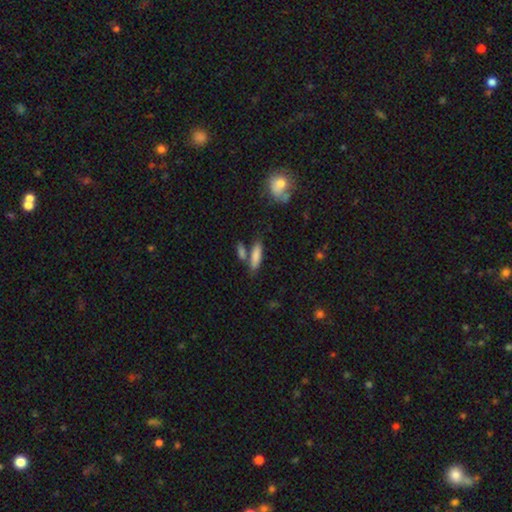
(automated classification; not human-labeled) This is clearly a smooth galaxy (81%). How rounded: likely cigar-shaped (65%). Merging: likely none (64%).